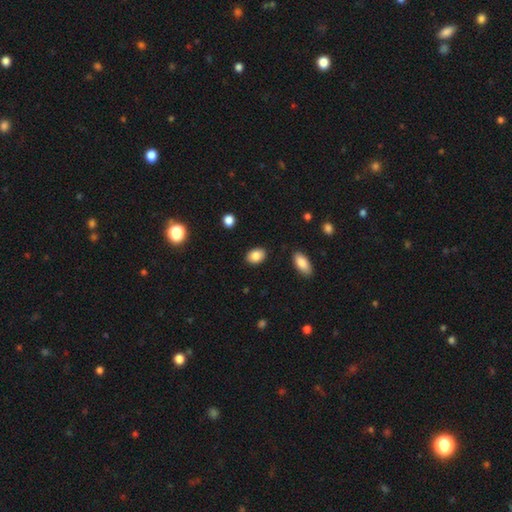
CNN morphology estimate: smooth 87%, star or artifact 8%, featured or disk 6%. Down the decision tree: how rounded — in between (81%); merging — none (87%).